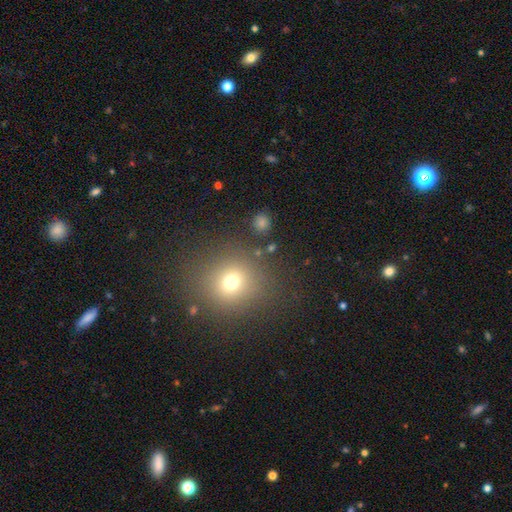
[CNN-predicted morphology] The model was most divided on "smooth or featured": smooth: 60%, star or artifact: 32%, featured or disk: 9%. More confident: merging — none (87%); how rounded — round (80%).